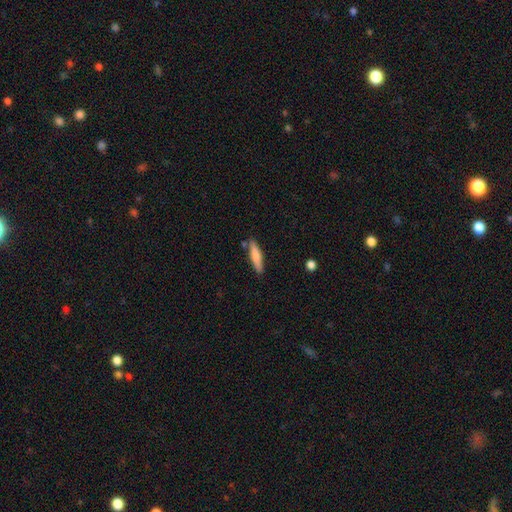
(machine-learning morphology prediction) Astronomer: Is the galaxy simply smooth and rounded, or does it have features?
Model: smooth — 72%.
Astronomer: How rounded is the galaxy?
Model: cigar-shaped — 83%.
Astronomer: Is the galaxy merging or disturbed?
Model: none — 83%.